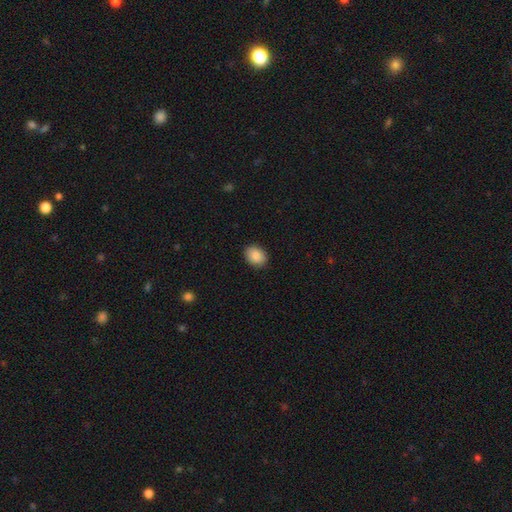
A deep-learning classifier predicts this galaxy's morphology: A smooth galaxy with no disk features (87%) that is in between round and cigar-shaped (62%). Merging: none (89%).